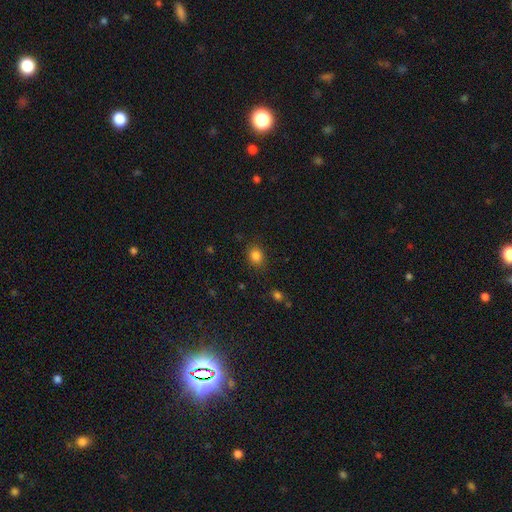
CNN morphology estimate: The model was most divided on "how rounded": round: 54%, in between: 45%, cigar-shaped: 1%. More confident: merging — none (84%); smooth or featured — smooth (83%).